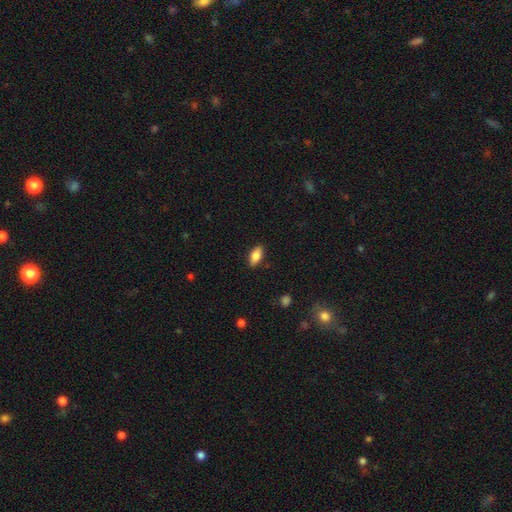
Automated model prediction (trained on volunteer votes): Smooth or featured: smooth — 82% (featured or disk — 12%)
How rounded: in between — 87% (cigar-shaped — 10%)
Merging: none — 88% (minor disturbance — 9%)